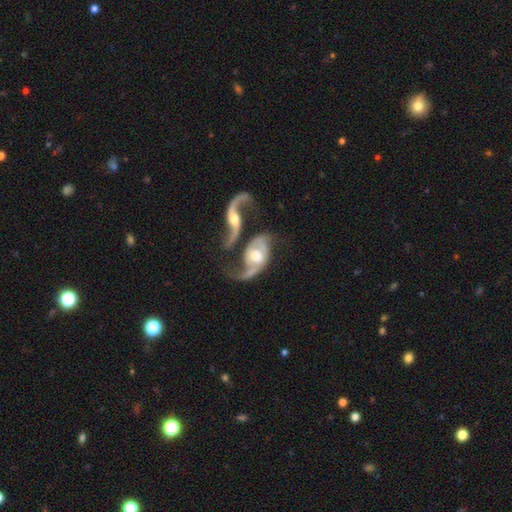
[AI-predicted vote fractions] Smooth or featured: featured or disk — 82% (smooth — 13%)
Edge-on disk: no — 94% (yes — 6%)
Bar: no — 56% (weak — 34%)
Spiral arms: yes — 87% (no — 13%)
Spiral winding: loose — 61% (medium — 30%)
Spiral arm count: 2 — 74% (1 — 14%)
Bulge size: moderate — 52% (large — 27%)
Merging: merger — 52% (major disturbance — 19%)